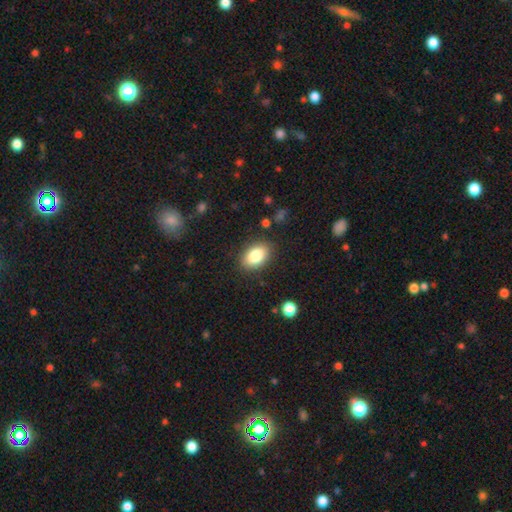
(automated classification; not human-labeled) This is clearly a smooth galaxy (85%). How rounded: clearly in between (87%). Merging: clearly none (86%).